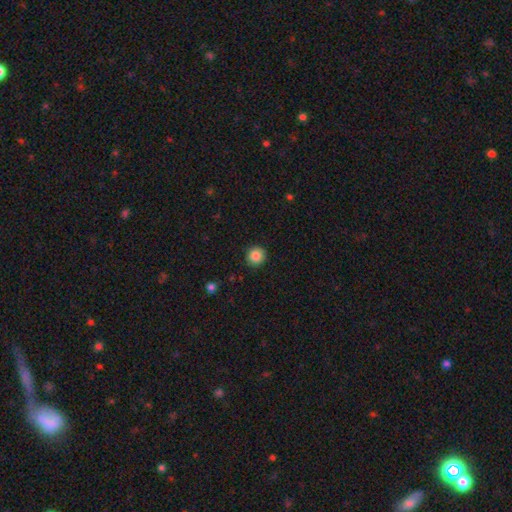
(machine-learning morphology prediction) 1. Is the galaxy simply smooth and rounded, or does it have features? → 87% smooth, 10% star or artifact, 4% featured or disk.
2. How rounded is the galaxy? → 93% round, 6% in between, 1% cigar-shaped.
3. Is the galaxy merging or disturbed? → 91% none, 6% minor disturbance, 2% major disturbance, 1% merger.